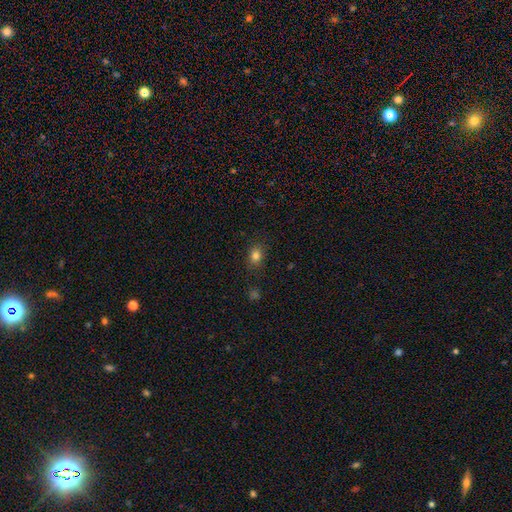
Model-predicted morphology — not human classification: Overall: smooth (81%). How rounded: in between (54%; round 45%). Merging: none (84%).